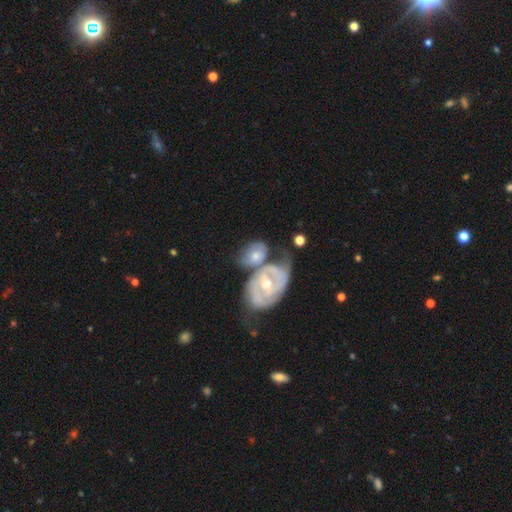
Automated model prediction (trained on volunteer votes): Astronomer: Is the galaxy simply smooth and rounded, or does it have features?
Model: featured or disk — 53% (runner-up: smooth, 41%).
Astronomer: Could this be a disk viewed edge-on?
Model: no — 94%.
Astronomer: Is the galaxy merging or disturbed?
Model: merger — 45% (runner-up: none, 27%).